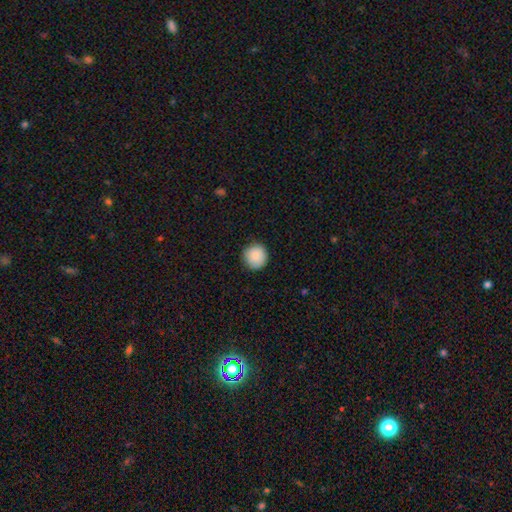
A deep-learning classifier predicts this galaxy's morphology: This is clearly a smooth galaxy (88%). How rounded: clearly round (95%). Merging: clearly none (90%).